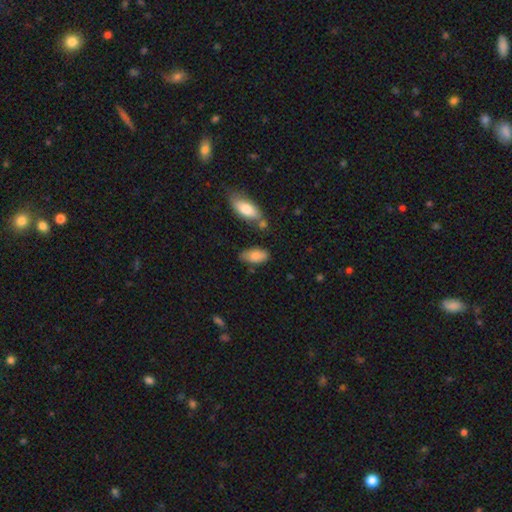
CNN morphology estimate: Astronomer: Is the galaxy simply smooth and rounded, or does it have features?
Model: smooth — 83%.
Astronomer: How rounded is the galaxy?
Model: in between — 91%.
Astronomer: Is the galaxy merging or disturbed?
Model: none — 65%.